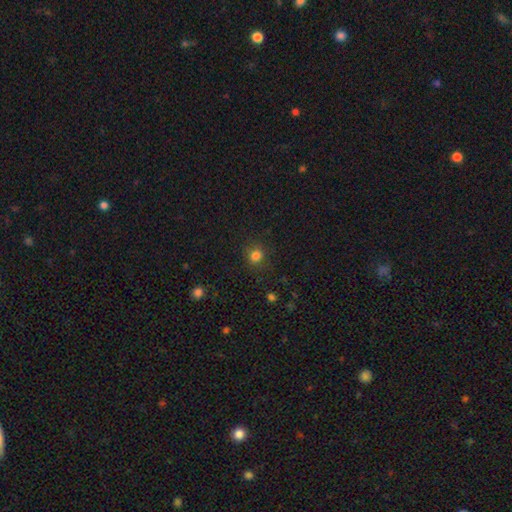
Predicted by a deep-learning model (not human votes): Q: Smooth or featured?
A: smooth (81%); runner-up: star or artifact (14%)
Q: How rounded?
A: round (87%); runner-up: in between (12%)
Q: Merging?
A: none (85%); runner-up: minor disturbance (10%)